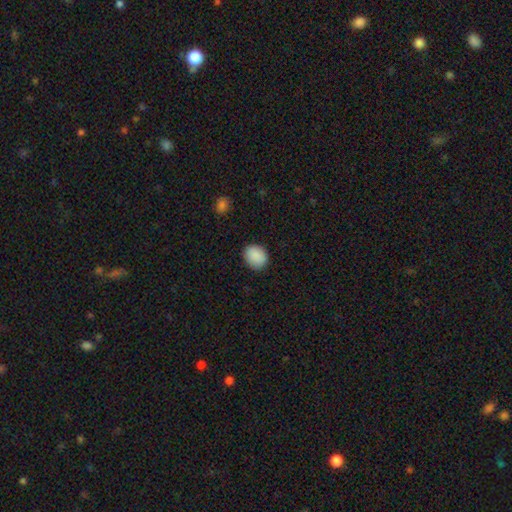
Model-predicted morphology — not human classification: Smooth or featured?
  - smooth: 90% *
  - star or artifact: 7%
  - featured or disk: 3%
How rounded?
  - round: 60% *
  - in between: 39%
  - cigar-shaped: 1%
Merging?
  - none: 87% *
  - minor disturbance: 10%
  - major disturbance: 2%
  - merger: 1%